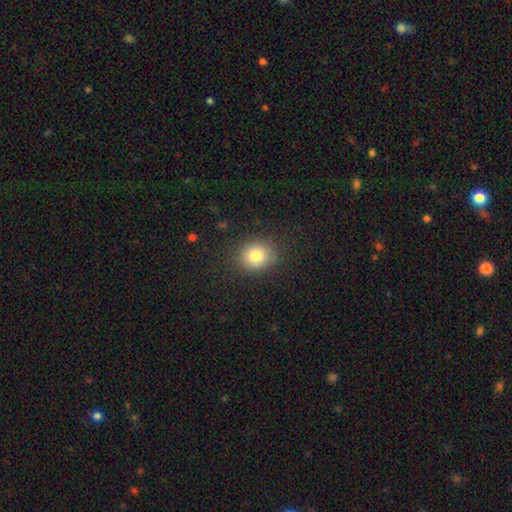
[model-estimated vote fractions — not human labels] Smooth or featured? Predicted: smooth (p=0.80). How rounded? Predicted: round (p=0.78). Merging? Predicted: none (p=0.86).